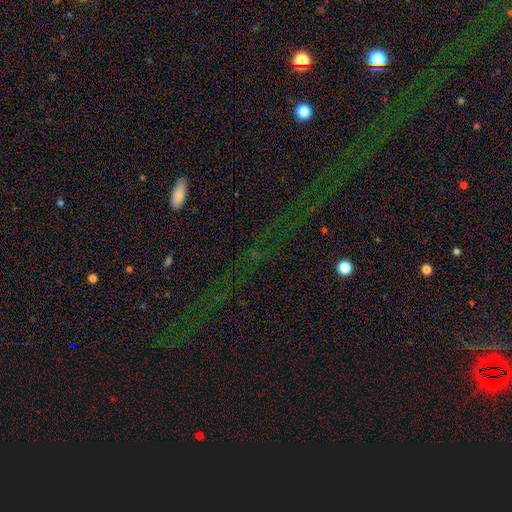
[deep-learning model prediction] Q: Smooth or featured?
A: star or artifact (73%); runner-up: smooth (16%)